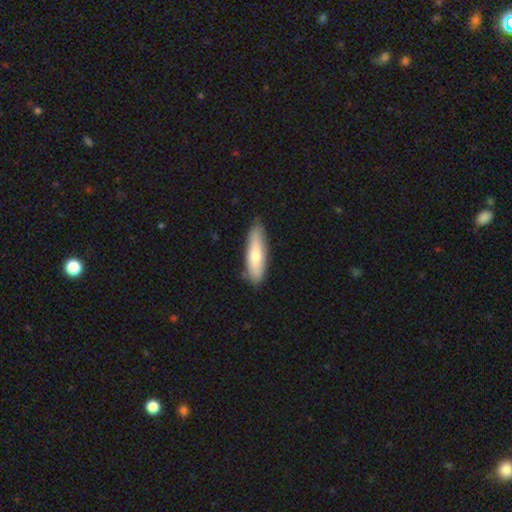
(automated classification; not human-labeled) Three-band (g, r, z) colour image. It shows a smooth galaxy with no disk features (66%) that is cigar-shaped (56%). Merging: none (81%).